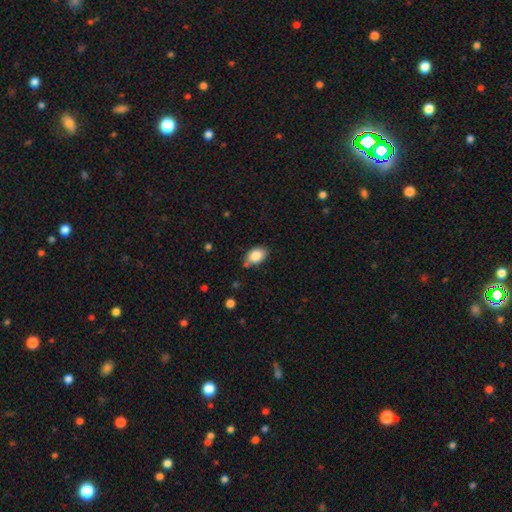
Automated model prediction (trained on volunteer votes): Smooth or featured? Predicted: smooth (p=0.85). How rounded? Predicted: in between (p=0.84). Merging? Predicted: none (p=0.72).